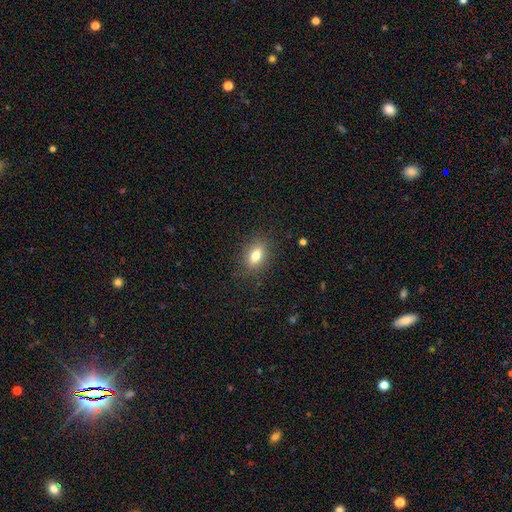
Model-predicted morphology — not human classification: Smooth or featured? smooth (78%)
How rounded? in between (79%)
Merging? none (83%)